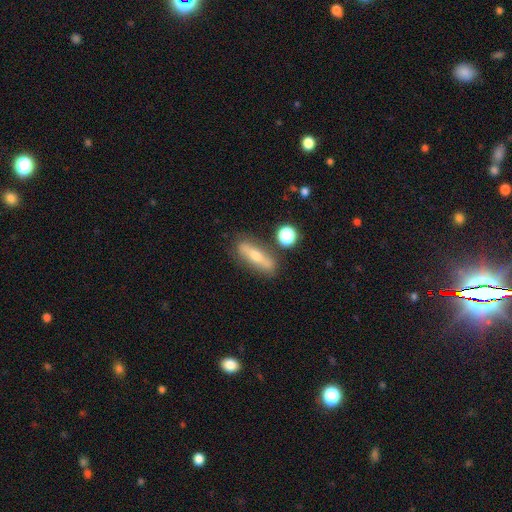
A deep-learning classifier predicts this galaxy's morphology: smooth-or-featured: featured or disk: 47% | smooth: 44% | star or artifact: 9%
  merging: none: 78% | minor disturbance: 13% | merger: 6% | major disturbance: 4%